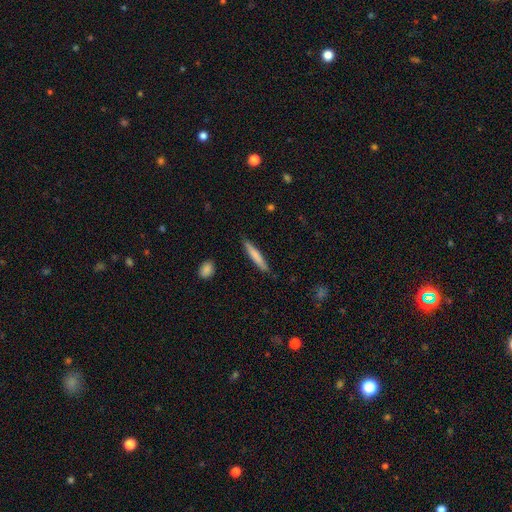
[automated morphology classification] This appears to be a smooth galaxy with no disk features (74%) that is cigar-shaped (93%). Merging: none (86%).